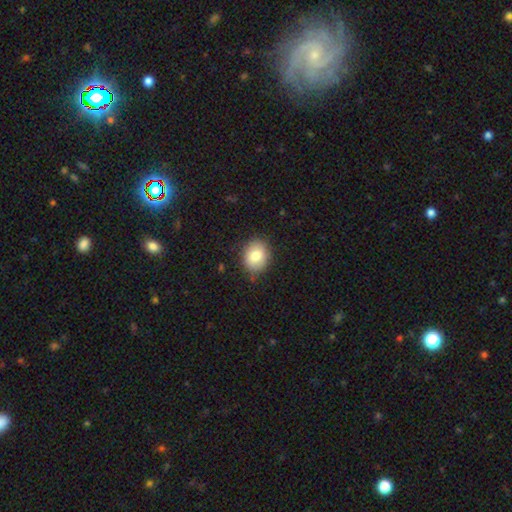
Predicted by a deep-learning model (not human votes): Morphology: type=smooth (82%); roundness=round (51%); merging=none (83%).